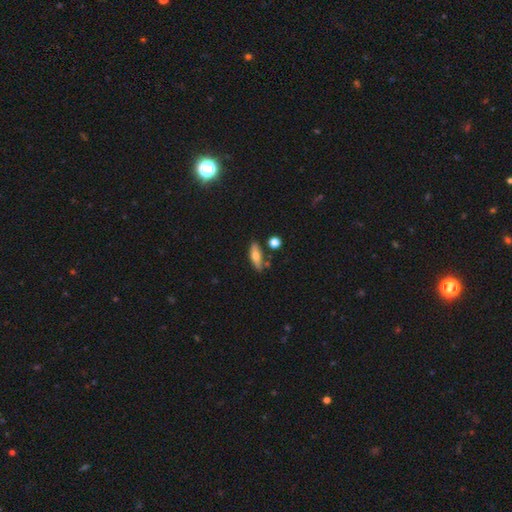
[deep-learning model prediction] Smooth or featured: smooth — 62% (featured or disk — 30%)
How rounded: in between — 51% (cigar-shaped — 45%)
Merging: none — 75% (minor disturbance — 15%)